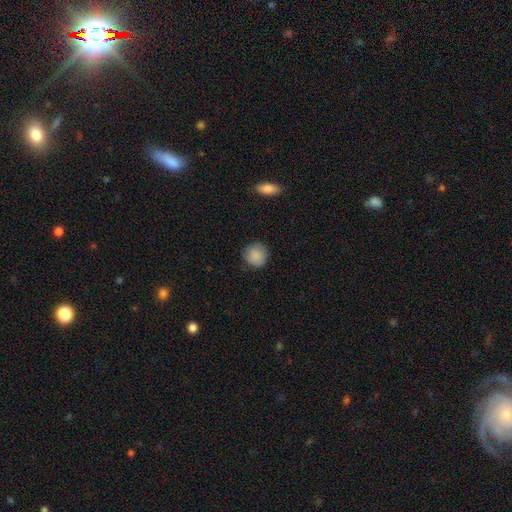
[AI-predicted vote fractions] Smooth or featured?
  - smooth: 87% *
  - star or artifact: 7%
  - featured or disk: 5%
How rounded?
  - round: 90% *
  - in between: 9%
  - cigar-shaped: 1%
Merging?
  - none: 81% *
  - minor disturbance: 14%
  - major disturbance: 3%
  - merger: 1%